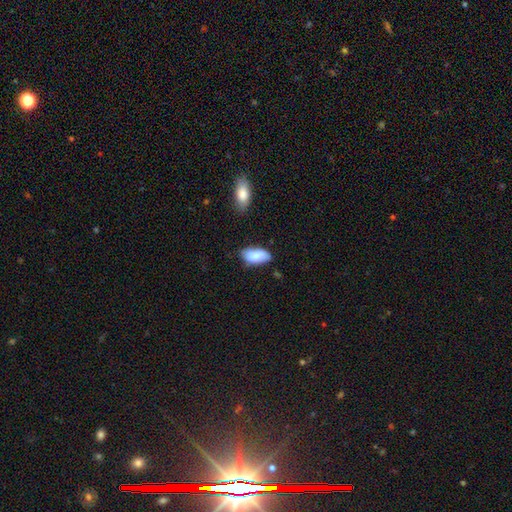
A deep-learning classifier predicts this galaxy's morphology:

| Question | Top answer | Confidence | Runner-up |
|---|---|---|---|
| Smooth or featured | smooth | 77% | featured or disk (15%) |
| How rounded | in between | 90% | cigar-shaped (7%) |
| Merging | none | 61% | minor disturbance (27%) |